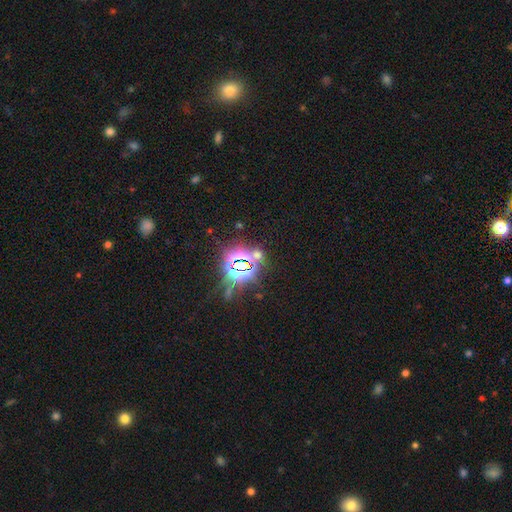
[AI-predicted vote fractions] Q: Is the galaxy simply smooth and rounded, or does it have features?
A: star or artifact — 77%.